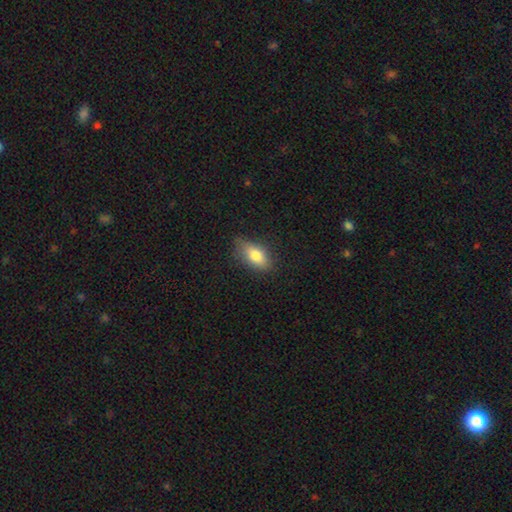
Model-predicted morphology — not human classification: Smooth or featured? Predicted: smooth (p=0.78). How rounded? Predicted: in between (p=0.86). Merging? Predicted: none (p=0.71).